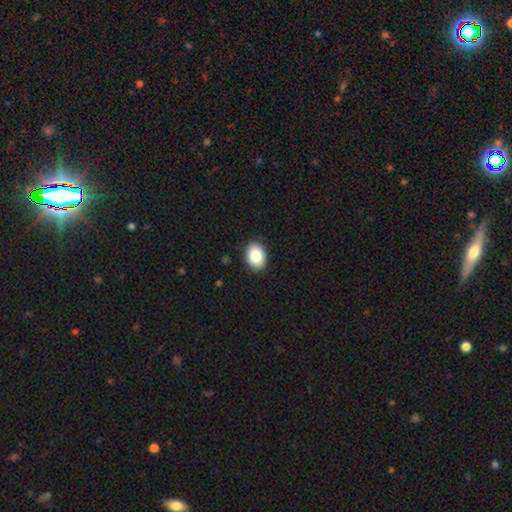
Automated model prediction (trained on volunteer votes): smooth_or_featured: smooth (p=0.85) [alt: star or artifact p=0.08]
how_rounded: in between (p=0.69) [alt: round p=0.30]
merging: none (p=0.90) [alt: minor disturbance p=0.07]